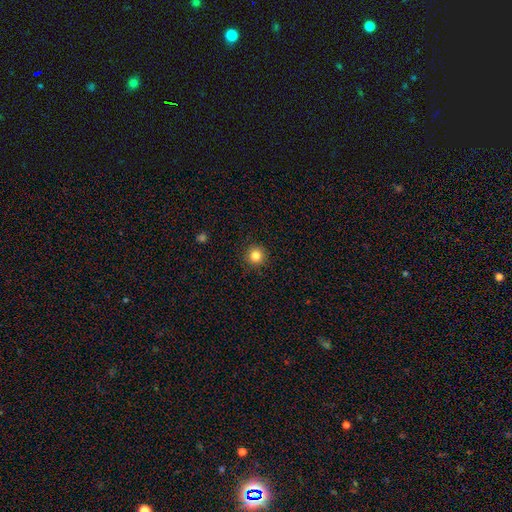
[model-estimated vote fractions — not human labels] Overall: smooth (83%). How rounded: round (95%). Merging: none (92%).